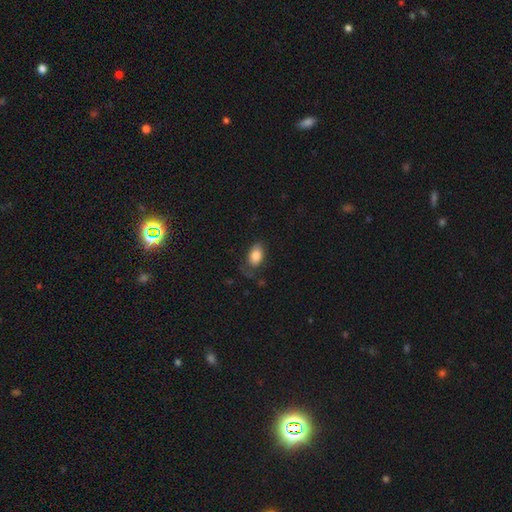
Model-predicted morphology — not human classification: Smooth or featured: smooth — 81% (featured or disk — 11%)
How rounded: in between — 91% (round — 7%)
Merging: none — 63% (minor disturbance — 23%)